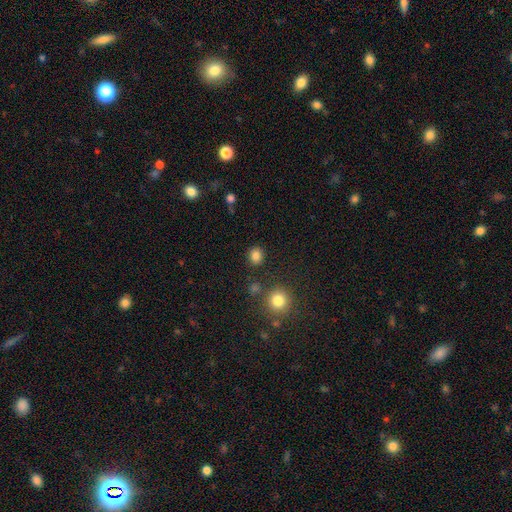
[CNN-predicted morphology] smooth-or-featured: smooth: 85% | star or artifact: 12% | featured or disk: 4%
  how-rounded: round: 76% | in between: 23% | cigar-shaped: 1%
  merging: none: 87% | minor disturbance: 7% | merger: 3% | major disturbance: 3%